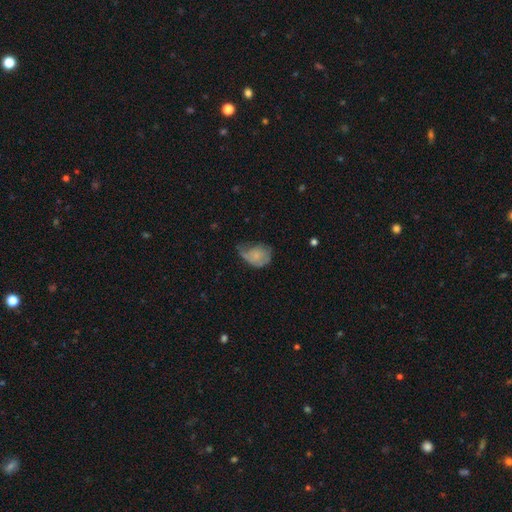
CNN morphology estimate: Smooth or featured? Predicted: smooth (p=0.57). How rounded? Predicted: in between (p=0.60). Merging? Predicted: minor disturbance (p=0.39).